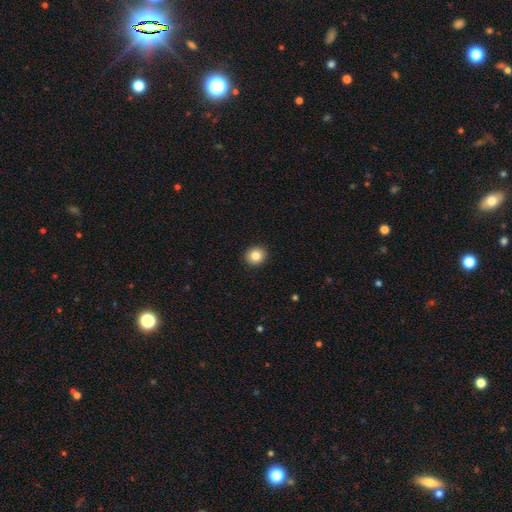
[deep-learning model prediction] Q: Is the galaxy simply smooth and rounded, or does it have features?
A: smooth — 84%.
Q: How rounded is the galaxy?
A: round — 80%.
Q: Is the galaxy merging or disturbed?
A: none — 92%.